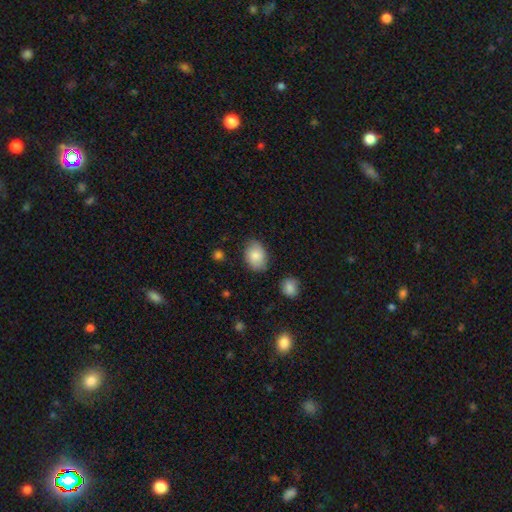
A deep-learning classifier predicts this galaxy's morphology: This appears to be a smooth galaxy with no disk features (84%) that is in between round and cigar-shaped (79%). Merging: none (79%).